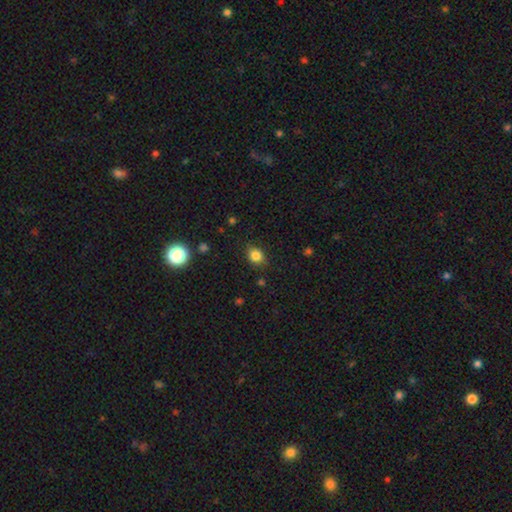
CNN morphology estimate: Smooth or featured?
  - smooth: 83% *
  - star or artifact: 12%
  - featured or disk: 5%
How rounded?
  - round: 57% *
  - in between: 42%
  - cigar-shaped: 1%
Merging?
  - none: 84% *
  - minor disturbance: 12%
  - major disturbance: 3%
  - merger: 1%